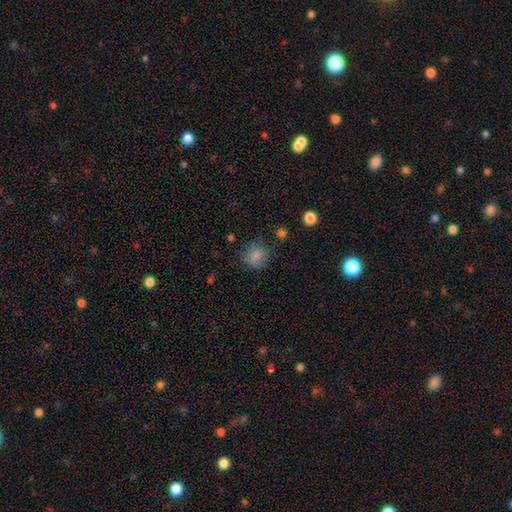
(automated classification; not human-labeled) The model was most divided on "how rounded": round: 76%, in between: 23%, cigar-shaped: 1%. More confident: smooth or featured — smooth (82%); merging — none (75%).